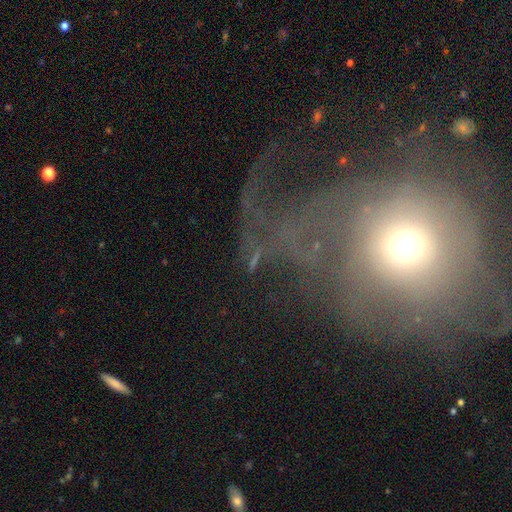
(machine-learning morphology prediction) smooth_or_featured: star or artifact (p=0.50) [alt: featured or disk p=0.31]